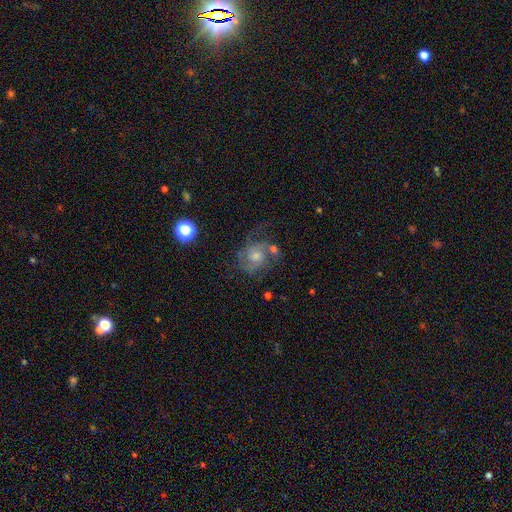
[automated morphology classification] featured or disk 71%, smooth 16%, star or artifact 12%. Down the decision tree: edge-on disk — no (98%); bar — no (71%); spiral arms — yes (92%); spiral arm count — 2 (40%); spiral winding — medium (47%); bulge size — moderate (56%); merging — none (57%).